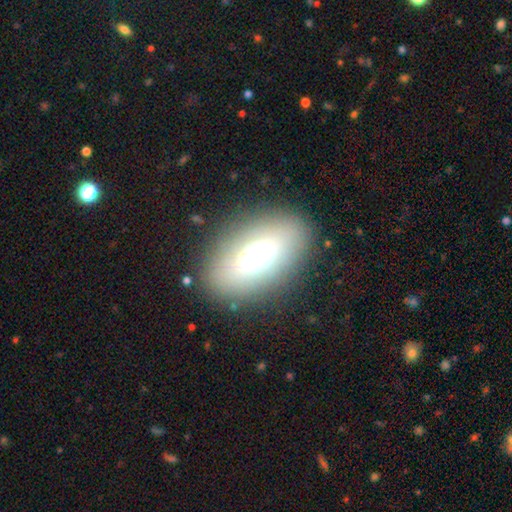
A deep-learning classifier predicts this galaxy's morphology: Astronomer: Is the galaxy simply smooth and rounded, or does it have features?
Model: smooth — 58%.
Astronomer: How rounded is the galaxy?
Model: in between — 84%.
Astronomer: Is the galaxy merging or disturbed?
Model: none — 82%.